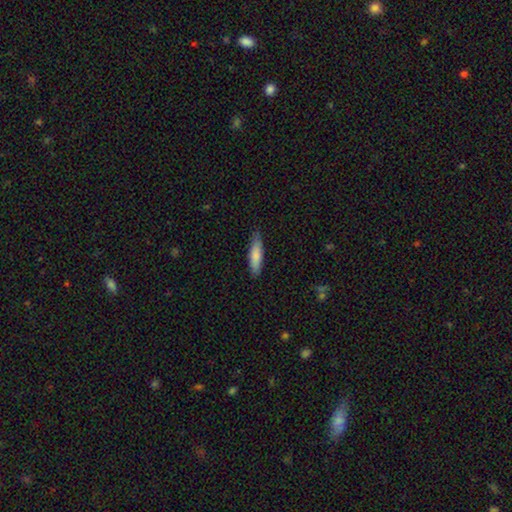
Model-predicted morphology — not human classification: Smooth or featured? Predicted: smooth (p=0.80). How rounded? Predicted: cigar-shaped (p=0.68). Merging? Predicted: none (p=0.83).